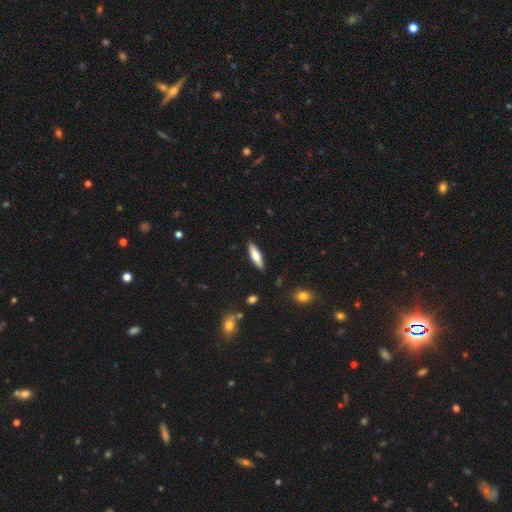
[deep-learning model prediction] The model was most divided on "how rounded": cigar-shaped: 60%, in between: 38%, round: 2%. More confident: merging — none (89%); smooth or featured — smooth (60%).